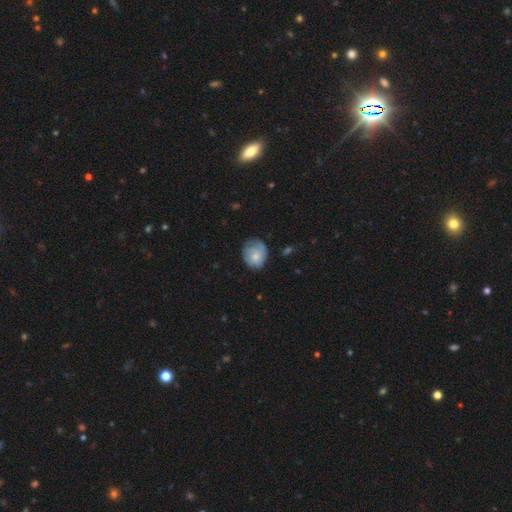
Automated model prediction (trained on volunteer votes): This appears to be a smooth galaxy with no disk features (65%) that is round (67%). Merging: none (57%).